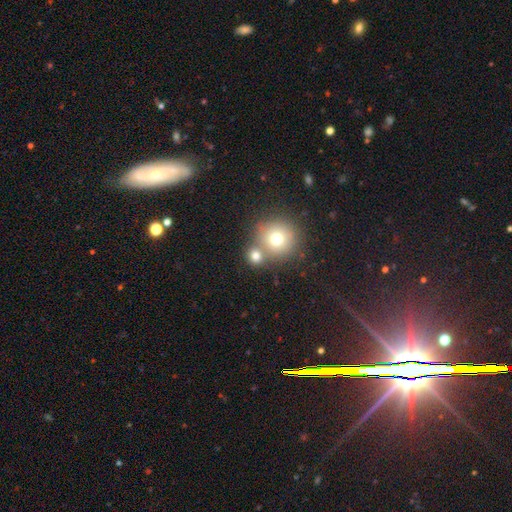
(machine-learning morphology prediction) Overall: smooth (74%). How rounded: round (86%). Merging: none (52%; merger 37%).